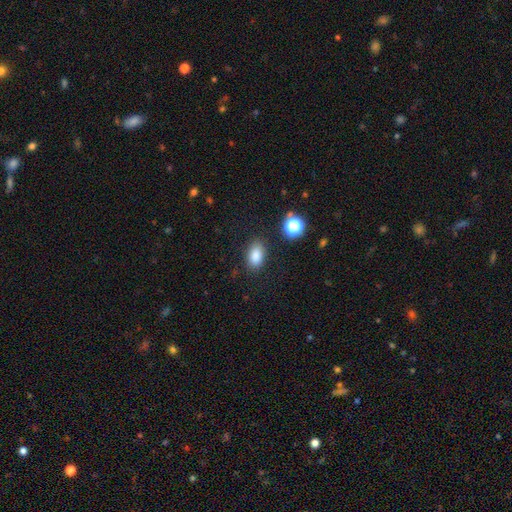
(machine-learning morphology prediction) This appears to be a smooth galaxy with no disk features (84%) that is in between round and cigar-shaped (87%). Merging: none (84%).